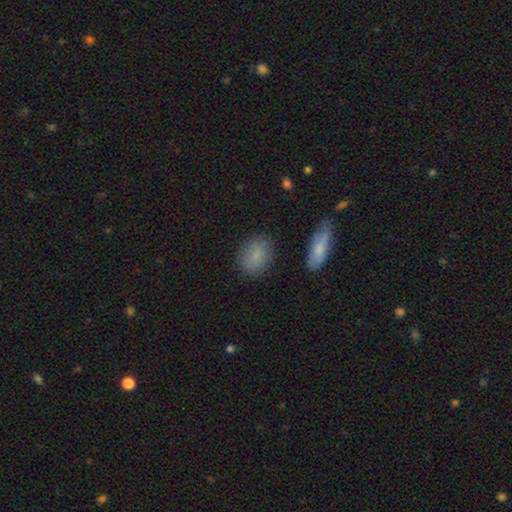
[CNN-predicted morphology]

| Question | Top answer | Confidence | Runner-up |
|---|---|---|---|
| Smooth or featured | smooth | 84% | star or artifact (8%) |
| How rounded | in between | 68% | round (30%) |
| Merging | none | 84% | minor disturbance (11%) |